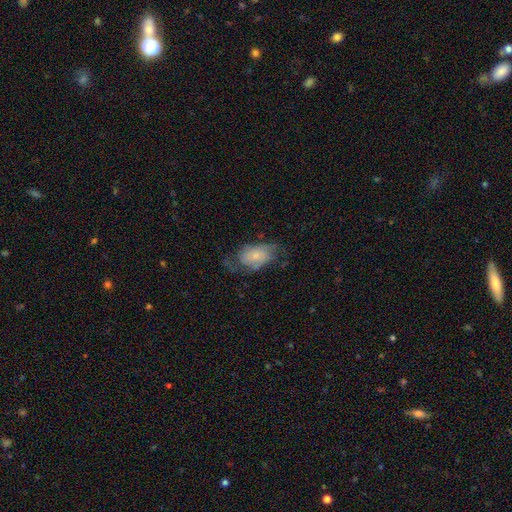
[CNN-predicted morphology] A featured or disk galaxy (56%) with no bar (70%), spiral arms (79%) and a small central bulge (62%). Merging: none (46%).